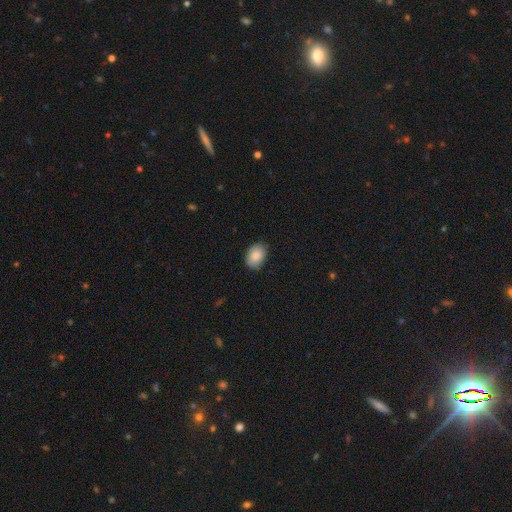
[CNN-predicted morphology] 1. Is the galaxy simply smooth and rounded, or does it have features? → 87% smooth, 7% star or artifact, 6% featured or disk.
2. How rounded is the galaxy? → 81% in between, 18% round, 1% cigar-shaped.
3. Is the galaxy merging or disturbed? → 86% none, 11% minor disturbance, 2% major disturbance, 1% merger.